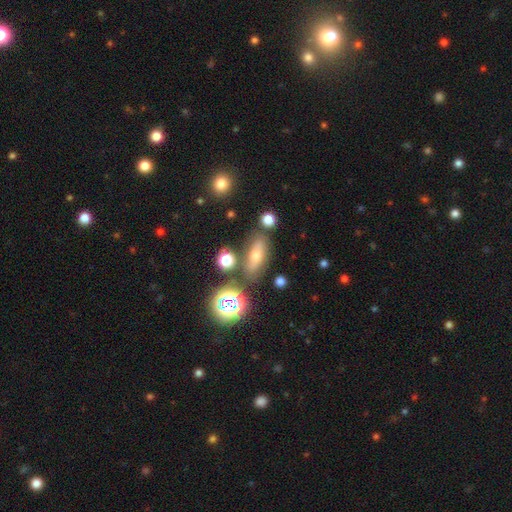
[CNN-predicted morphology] smooth-or-featured: smooth: 53% | featured or disk: 27% | star or artifact: 21%
  how-rounded: in between: 61% | cigar-shaped: 28% | round: 12%
  merging: none: 73% | minor disturbance: 13% | merger: 9% | major disturbance: 5%